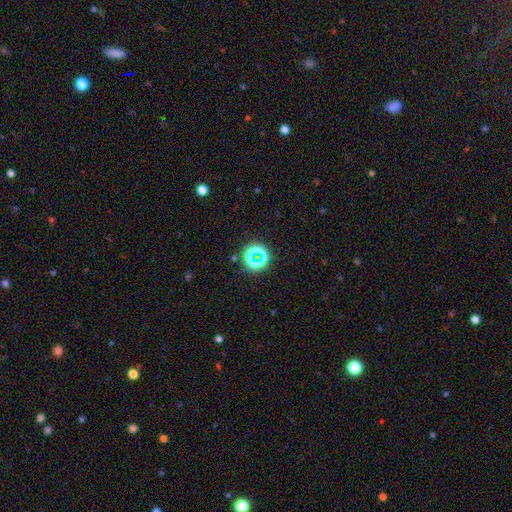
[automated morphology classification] A star or artifact, not a galaxy (58%).